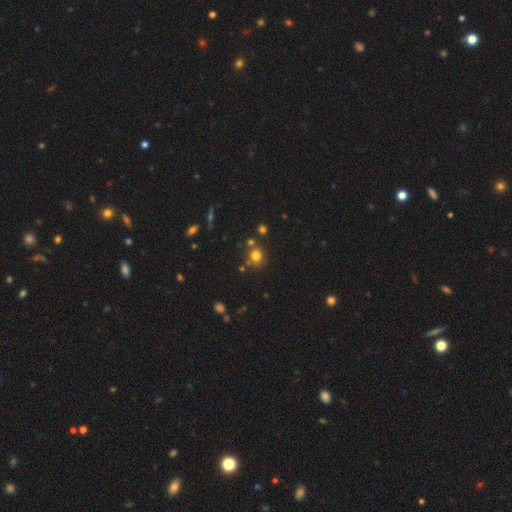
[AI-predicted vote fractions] Smooth or featured?
  - smooth: 76% *
  - star or artifact: 17%
  - featured or disk: 7%
How rounded?
  - round: 86% *
  - in between: 13%
  - cigar-shaped: 1%
Merging?
  - none: 73% *
  - merger: 14%
  - minor disturbance: 10%
  - major disturbance: 3%